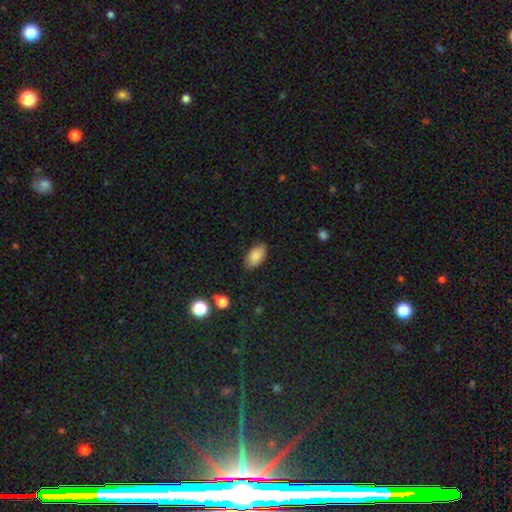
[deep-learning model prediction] Overall: smooth (87%). How rounded: in between (93%). Merging: none (83%).